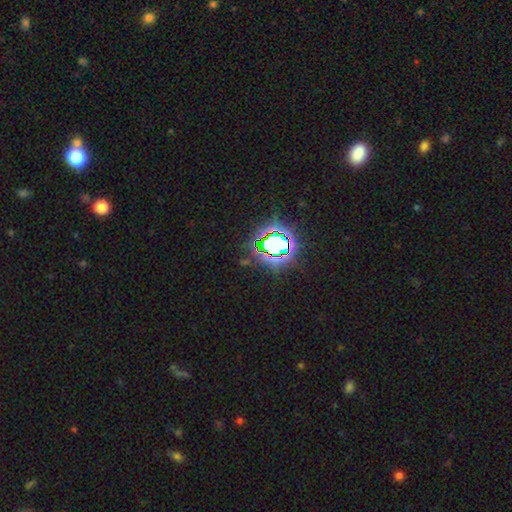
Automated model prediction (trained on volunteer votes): Morphology: type=star or artifact (79%).